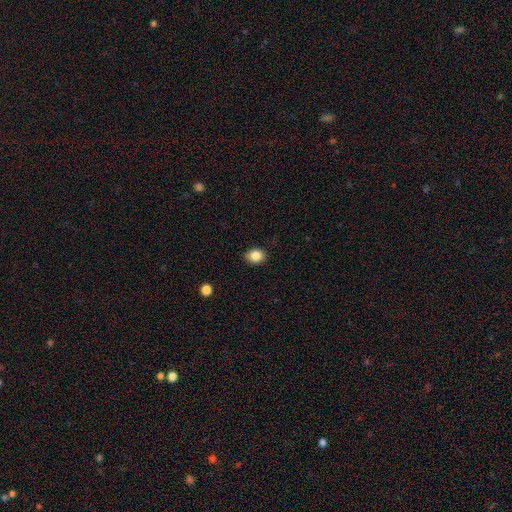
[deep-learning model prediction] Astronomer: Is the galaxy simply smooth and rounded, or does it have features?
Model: smooth — 85%.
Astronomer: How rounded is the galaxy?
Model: in between — 54% (runner-up: round, 45%).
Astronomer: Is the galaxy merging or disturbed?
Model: none — 87%.